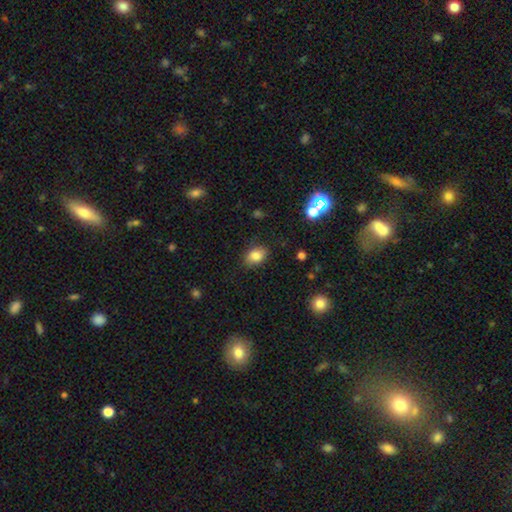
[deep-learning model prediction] A smooth galaxy with no disk features (82%) that is in between round and cigar-shaped (76%).

Vote fractions:
- Smooth or featured? smooth: 82% / star or artifact: 10% / featured or disk: 9%
- How rounded? in between: 76% / round: 23% / cigar-shaped: 1%
- Merging? none: 80% / minor disturbance: 15% / major disturbance: 4% / merger: 1%